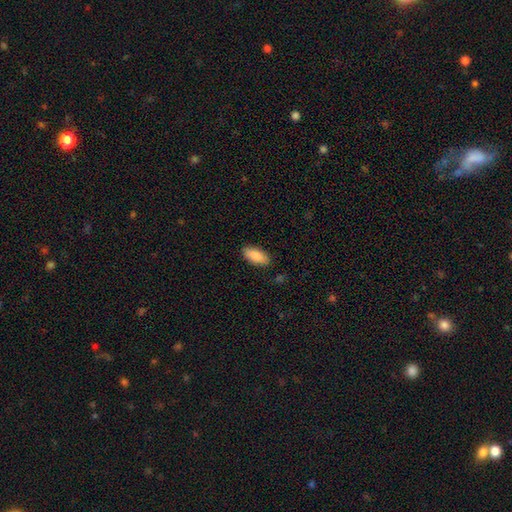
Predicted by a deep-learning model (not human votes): Smooth or featured? smooth (87%)
How rounded? in between (86%)
Merging? none (87%)